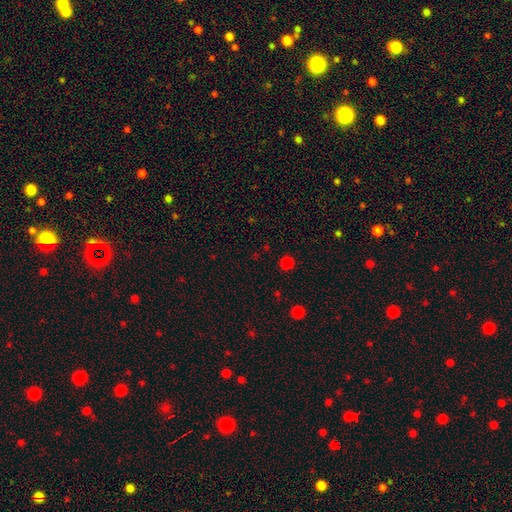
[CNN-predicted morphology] type=smooth (51%); roundness=round (89%); merging=none (88%).